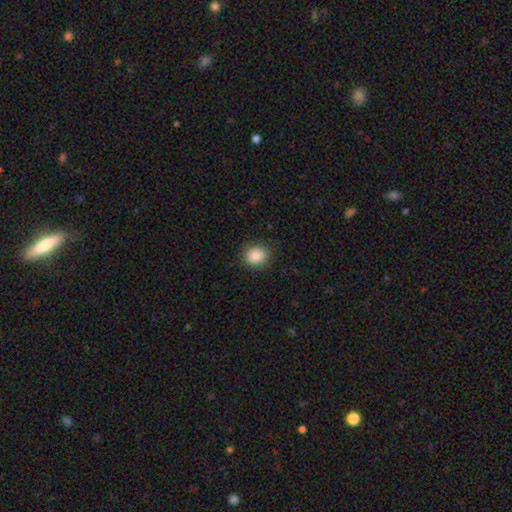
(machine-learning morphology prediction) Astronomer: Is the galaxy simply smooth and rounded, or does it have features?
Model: smooth — 86%.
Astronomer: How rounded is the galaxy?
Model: round — 67%.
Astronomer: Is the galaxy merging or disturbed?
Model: none — 88%.